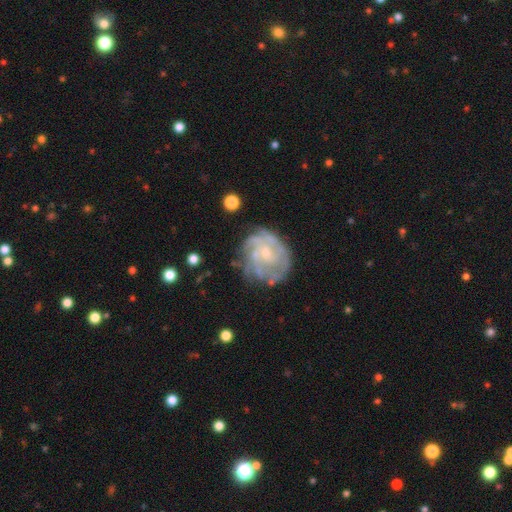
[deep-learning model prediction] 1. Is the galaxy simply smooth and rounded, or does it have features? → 80% featured or disk, 13% smooth, 7% star or artifact.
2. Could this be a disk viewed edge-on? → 98% no, 2% yes.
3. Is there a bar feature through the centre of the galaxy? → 71% no, 25% weak, 4% strong.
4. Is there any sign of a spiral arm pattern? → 88% yes, 12% no.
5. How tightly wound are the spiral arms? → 64% tight, 28% medium, 8% loose.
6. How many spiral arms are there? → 43% can't tell, 18% 3, 16% 4, 12% 2, 7% more than 4, 6% 1.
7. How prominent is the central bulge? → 70% small, 23% moderate, 5% none, 1% large, 1% dominant.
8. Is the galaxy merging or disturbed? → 70% none, 19% minor disturbance, 9% major disturbance, 2% merger.